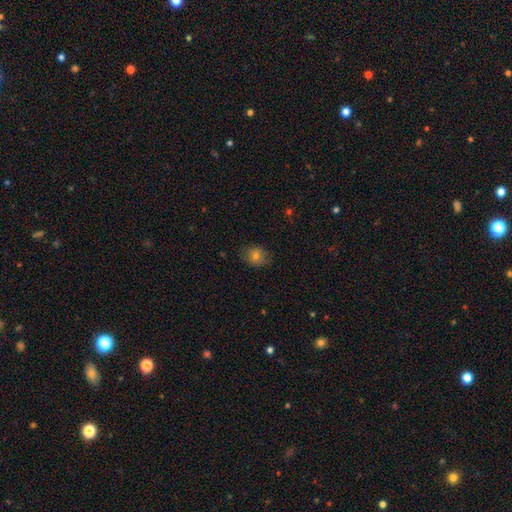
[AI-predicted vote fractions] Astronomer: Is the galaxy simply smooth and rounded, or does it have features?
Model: smooth — 77%.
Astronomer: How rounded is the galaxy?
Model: round — 62% (runner-up: in between, 38%).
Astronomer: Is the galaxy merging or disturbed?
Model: none — 77%.